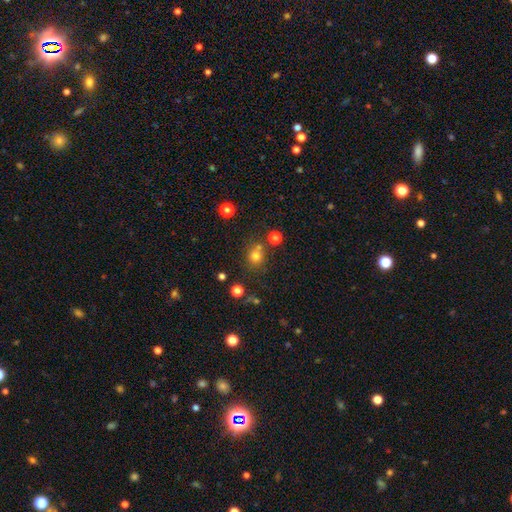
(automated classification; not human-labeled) Overall: smooth (74%). How rounded: round (85%). Merging: none (64%).